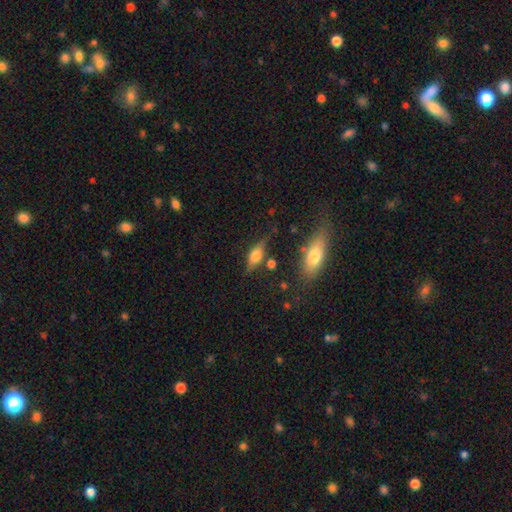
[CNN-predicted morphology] Smooth or featured?
  - smooth: 46% *
  - featured or disk: 44%
  - star or artifact: 9%
Merging?
  - none: 68% *
  - minor disturbance: 20%
  - major disturbance: 6%
  - merger: 5%